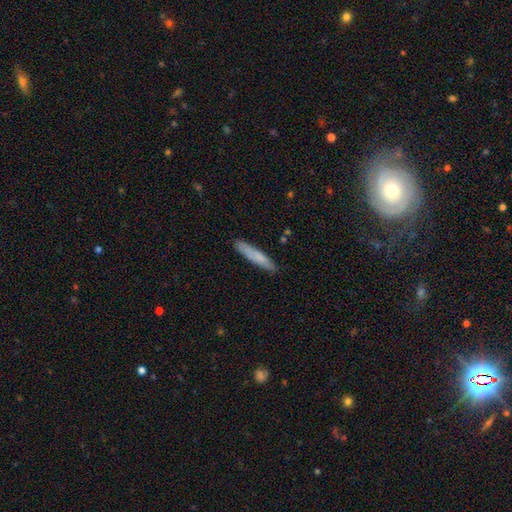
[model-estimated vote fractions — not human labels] Smooth or featured? smooth (76%)
How rounded? cigar-shaped (90%)
Merging? none (85%)